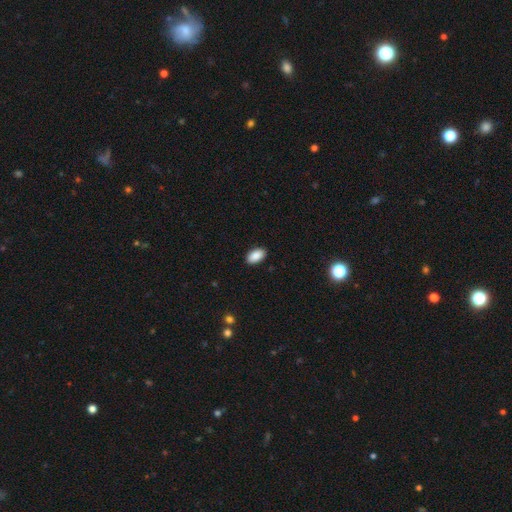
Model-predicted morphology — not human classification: Smooth or featured?
  - smooth: 90% *
  - star or artifact: 7%
  - featured or disk: 3%
How rounded?
  - in between: 94% *
  - round: 4%
  - cigar-shaped: 2%
Merging?
  - none: 89% *
  - minor disturbance: 8%
  - major disturbance: 2%
  - merger: 1%